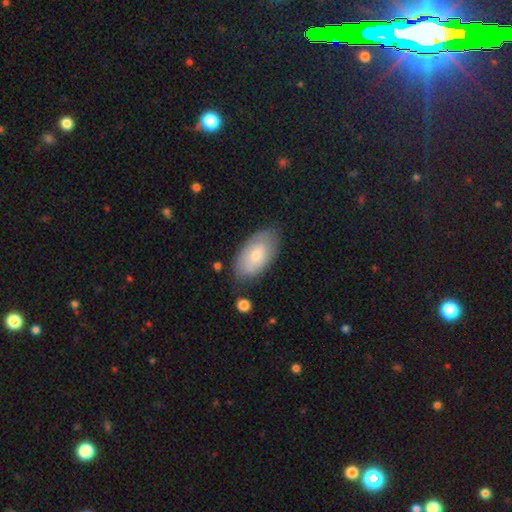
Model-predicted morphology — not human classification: smooth-or-featured: smooth: 63% | featured or disk: 31% | star or artifact: 6%
  how-rounded: in between: 94% | round: 4% | cigar-shaped: 2%
  merging: none: 73% | minor disturbance: 20% | major disturbance: 5% | merger: 3%